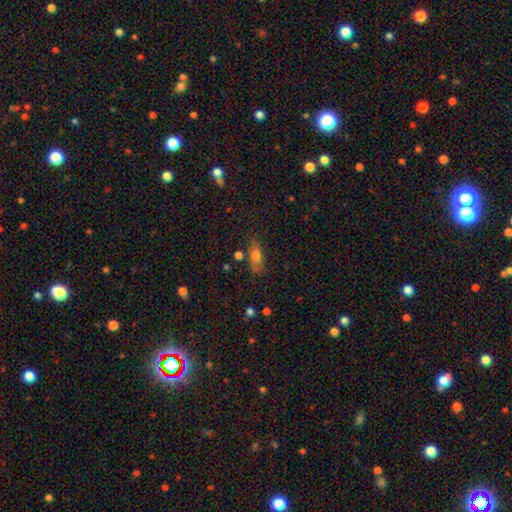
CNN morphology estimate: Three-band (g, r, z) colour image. It shows a smooth galaxy with no disk features (67%) that is in between round and cigar-shaped (75%). Merging: none (70%).